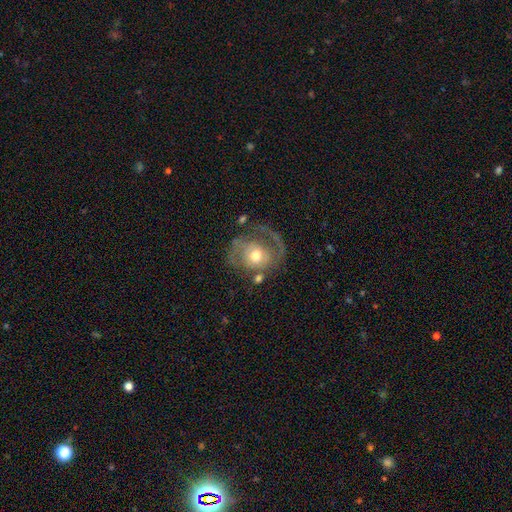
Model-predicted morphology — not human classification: Overall: featured or disk (68%). Edge-on disk: no (97%). Bar: no (69%). Spiral arms: yes (77%). Spiral arm count: 2 (43%; 1 37%). Spiral winding: medium (41%; tight 31%). Bulge size: moderate (70%). Merging: none (42%; major disturbance 31%).